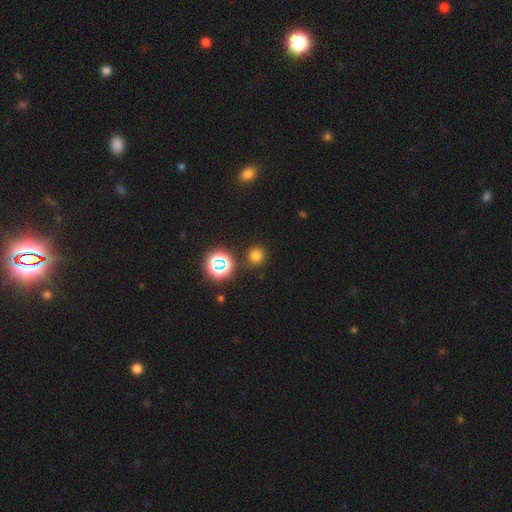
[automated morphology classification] type=smooth (72%); roundness=round (92%); merging=none (88%).